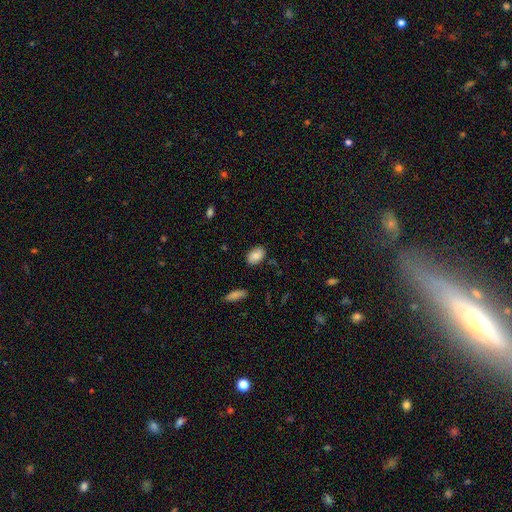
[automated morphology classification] A smooth galaxy with no disk features (85%) that is in between round and cigar-shaped (89%).

Vote fractions:
- Smooth or featured? smooth: 85% / featured or disk: 8% / star or artifact: 7%
- How rounded? in between: 89% / round: 10% / cigar-shaped: 1%
- Merging? none: 83% / minor disturbance: 13% / major disturbance: 3% / merger: 2%